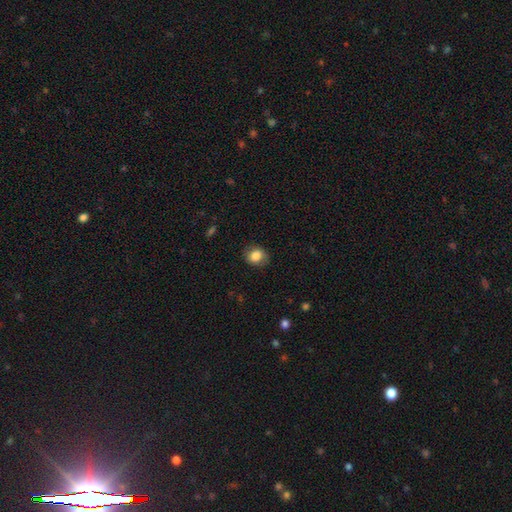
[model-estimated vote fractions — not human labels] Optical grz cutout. It shows a smooth galaxy with no disk features (82%) that is round (61%). Merging: none (79%).